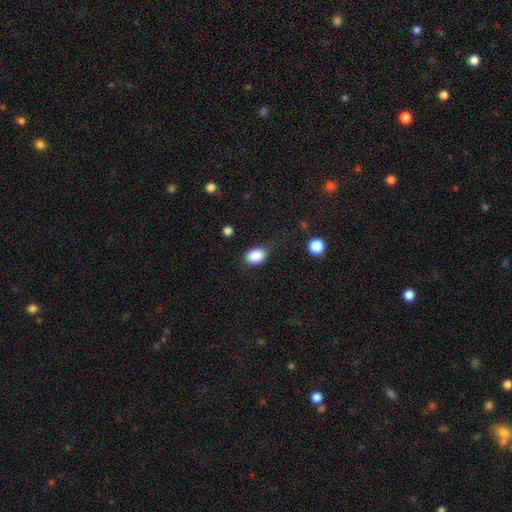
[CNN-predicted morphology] A smooth galaxy with no disk features (87%) that is in between round and cigar-shaped (82%). Merging: none (69%).